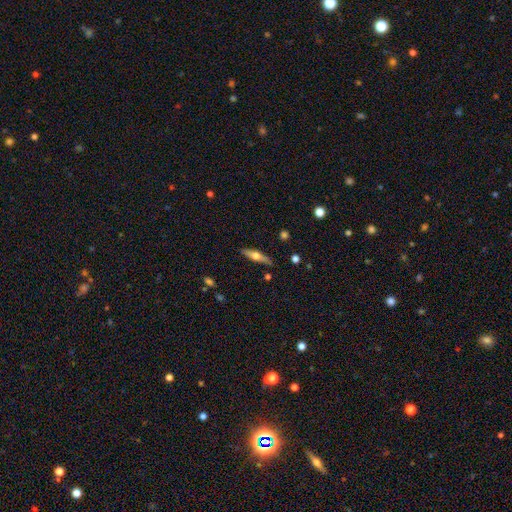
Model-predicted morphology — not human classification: Smooth or featured: featured or disk — 54% (smooth — 40%)
Edge-on disk: yes — 93% (no — 7%)
Merging: none — 85% (minor disturbance — 11%)